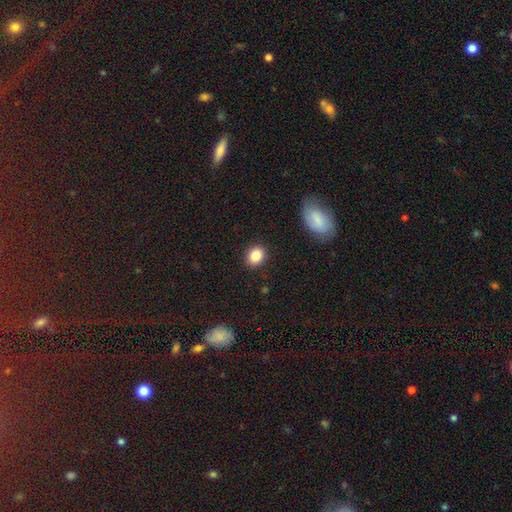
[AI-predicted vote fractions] Smooth or featured: smooth — 85% (star or artifact — 10%)
How rounded: round — 61% (in between — 38%)
Merging: none — 90% (minor disturbance — 7%)